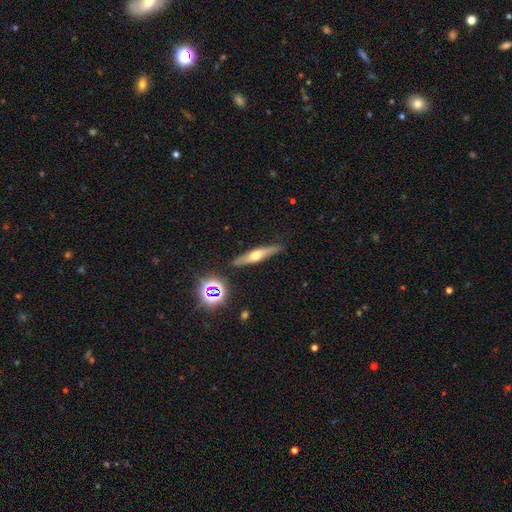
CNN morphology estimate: featured or disk 56%, smooth 35%, star or artifact 9%. Down the decision tree: edge-on disk — yes (92%); edge-on bulge — rounded (92%); merging — none (87%).